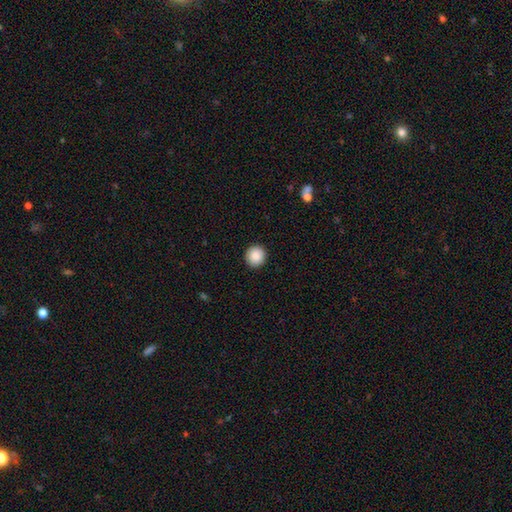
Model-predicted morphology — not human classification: A smooth galaxy with no disk features (88%) that is round (94%).

Vote fractions:
- Smooth or featured? smooth: 88% / star or artifact: 8% / featured or disk: 4%
- How rounded? round: 94% / in between: 5% / cigar-shaped: 1%
- Merging? none: 93% / minor disturbance: 4% / major disturbance: 1% / merger: 1%